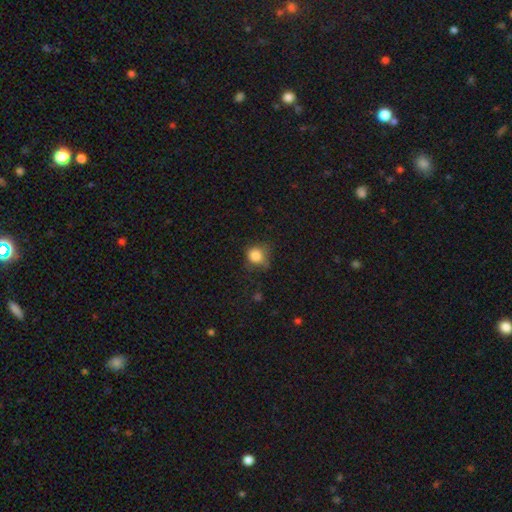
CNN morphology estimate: A smooth galaxy with no disk features (82%) that is round (75%).

Vote fractions:
- Smooth or featured? smooth: 82% / star or artifact: 11% / featured or disk: 6%
- How rounded? round: 75% / in between: 24% / cigar-shaped: 1%
- Merging? none: 55% / minor disturbance: 30% / major disturbance: 13% / merger: 2%